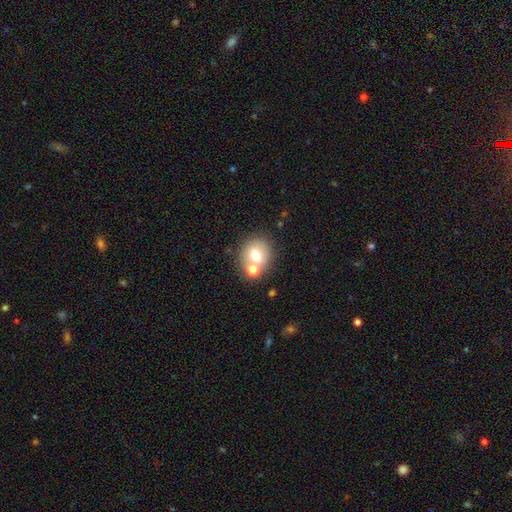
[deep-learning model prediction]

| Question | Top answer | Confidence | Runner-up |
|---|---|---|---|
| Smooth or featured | smooth | 67% | featured or disk (21%) |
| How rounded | round | 72% | in between (27%) |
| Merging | none | 58% | merger (29%) |